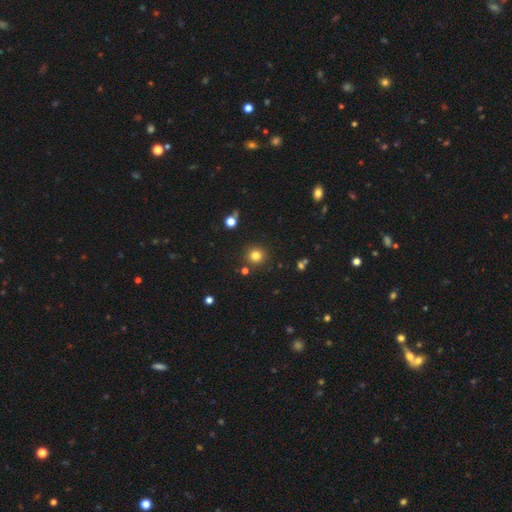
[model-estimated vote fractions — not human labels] Smooth or featured? smooth (80%)
How rounded? round (93%)
Merging? none (87%)